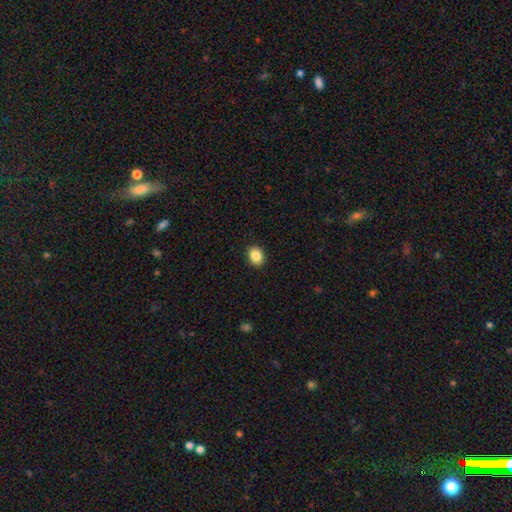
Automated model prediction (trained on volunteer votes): smooth-or-featured: smooth: 86% | star or artifact: 9% | featured or disk: 5%
  how-rounded: in between: 50% | round: 49% | cigar-shaped: 1%
  merging: none: 91% | minor disturbance: 6% | major disturbance: 2% | merger: 1%